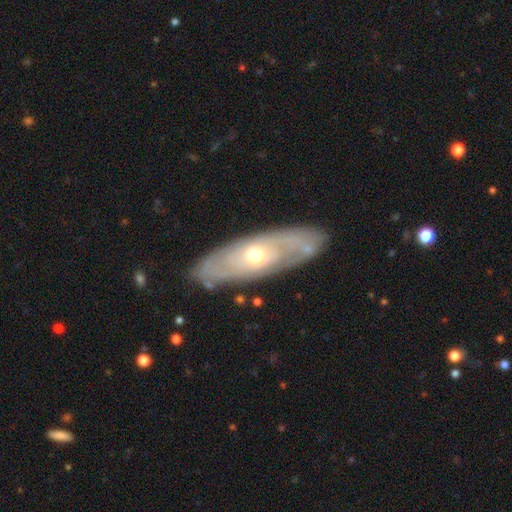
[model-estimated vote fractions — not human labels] Smooth or featured?
  - featured or disk: 69% *
  - smooth: 26%
  - star or artifact: 5%
Edge-on disk?
  - no: 80% *
  - yes: 20%
Bar?
  - no: 75% *
  - weak: 20%
  - strong: 5%
Spiral arms?
  - yes: 63% *
  - no: 37%
Bulge size?
  - moderate: 63% *
  - small: 29%
  - large: 5%
  - dominant: 1%
  - none: 1%
Merging?
  - none: 81% *
  - minor disturbance: 13%
  - major disturbance: 4%
  - merger: 2%